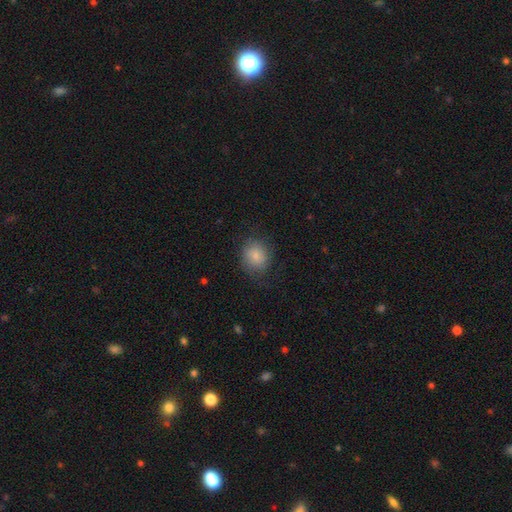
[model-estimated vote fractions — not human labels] Smooth or featured: smooth — 75% (featured or disk — 16%)
How rounded: round — 81% (in between — 18%)
Merging: none — 74% (minor disturbance — 17%)